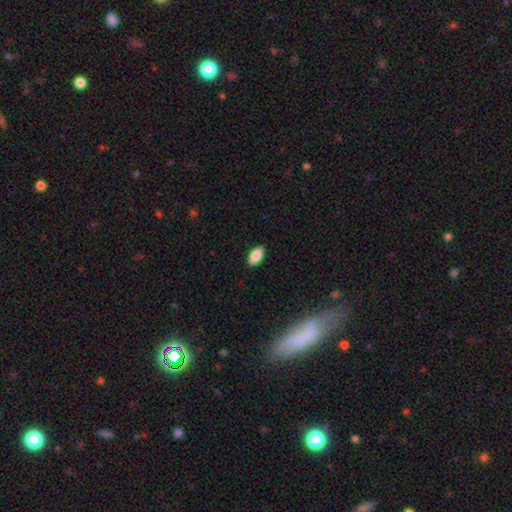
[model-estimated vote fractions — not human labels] A smooth galaxy with no disk features (87%) that is in between round and cigar-shaped (91%).

Vote fractions:
- Smooth or featured? smooth: 87% / star or artifact: 7% / featured or disk: 6%
- How rounded? in between: 91% / cigar-shaped: 7% / round: 2%
- Merging? none: 88% / minor disturbance: 9% / major disturbance: 2% / merger: 1%